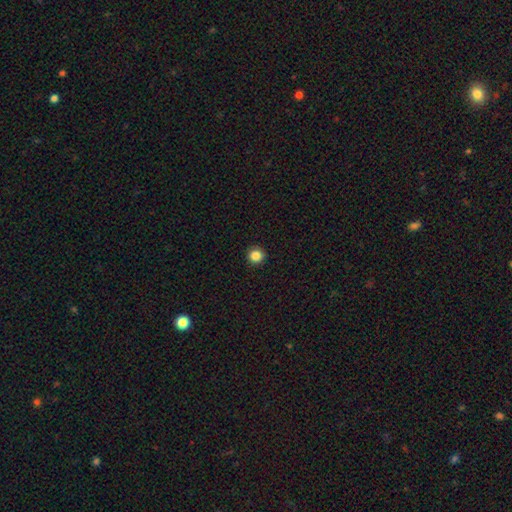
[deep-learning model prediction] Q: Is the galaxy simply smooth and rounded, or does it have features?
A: smooth — 86%.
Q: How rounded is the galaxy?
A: round — 95%.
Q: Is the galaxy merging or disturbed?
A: none — 93%.